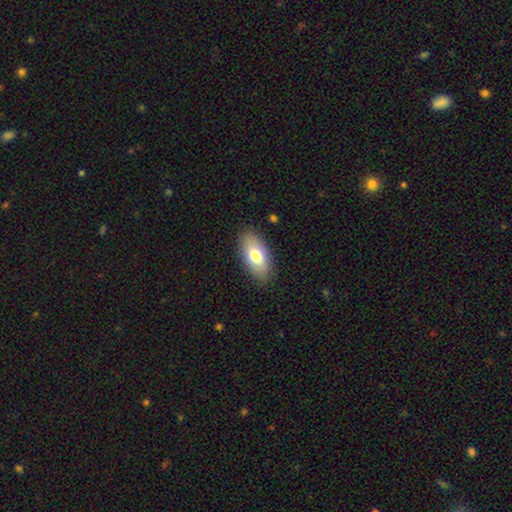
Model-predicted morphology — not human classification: smooth 75%, featured or disk 18%, star or artifact 7%. Down the decision tree: how rounded — in between (92%); merging — none (87%).